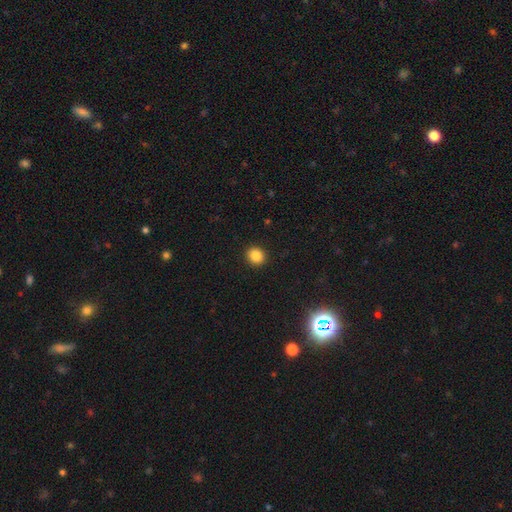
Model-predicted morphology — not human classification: The model was most divided on "how rounded": round: 83%, in between: 16%, cigar-shaped: 1%. More confident: merging — none (92%); smooth or featured — smooth (85%).